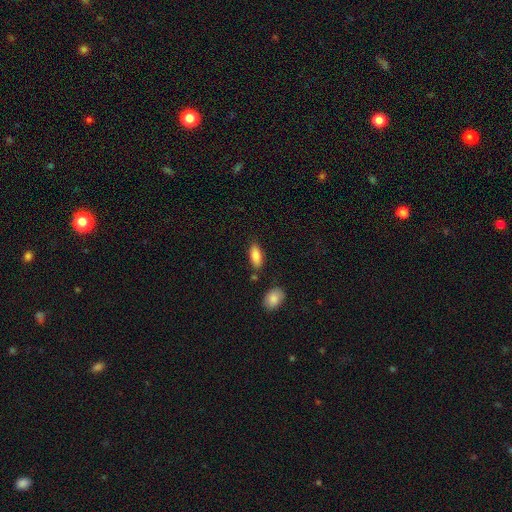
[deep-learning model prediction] Smooth or featured? smooth (84%)
How rounded? in between (80%)
Merging? none (80%)